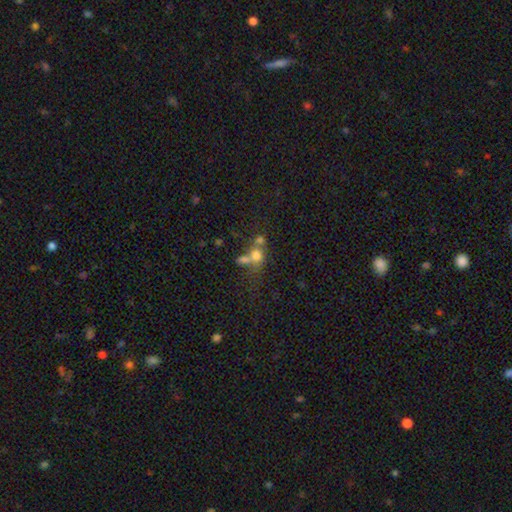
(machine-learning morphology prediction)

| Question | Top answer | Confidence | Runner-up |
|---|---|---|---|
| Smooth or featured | smooth | 55% | star or artifact (23%) |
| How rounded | round | 72% | in between (25%) |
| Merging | merger | 52% | none (32%) |